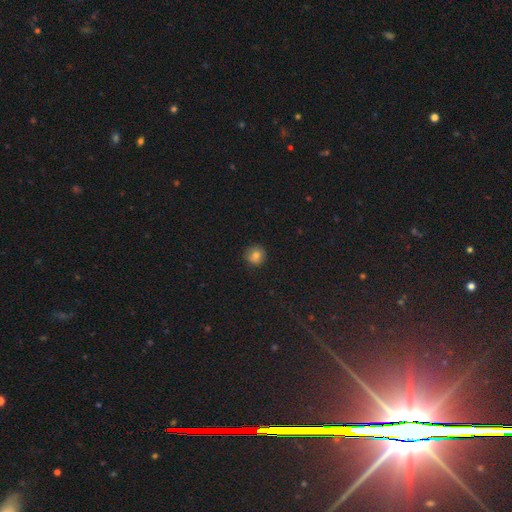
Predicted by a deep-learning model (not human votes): This is clearly a smooth galaxy (81%). How rounded: clearly round (93%). Merging: clearly none (89%).